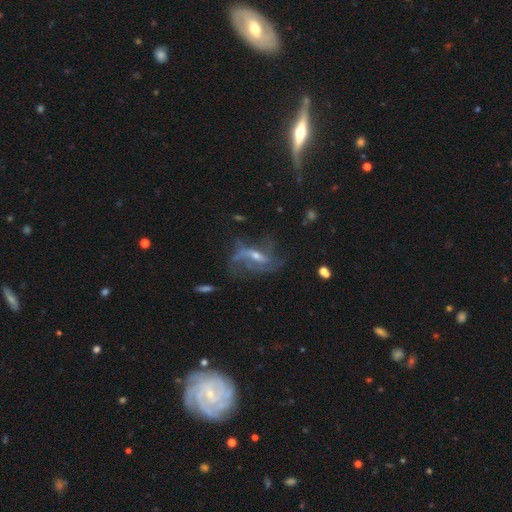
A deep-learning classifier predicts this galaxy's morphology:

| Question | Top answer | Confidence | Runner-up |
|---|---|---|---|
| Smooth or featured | featured or disk | 77% | star or artifact (12%) |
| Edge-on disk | no | 89% | yes (11%) |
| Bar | weak | 45% | no (30%) |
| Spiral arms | yes | 86% | no (14%) |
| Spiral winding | loose | 59% | medium (29%) |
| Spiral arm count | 2 | 49% | can't tell (21%) |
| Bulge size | small | 48% | moderate (42%) |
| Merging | none | 52% | major disturbance (25%) |